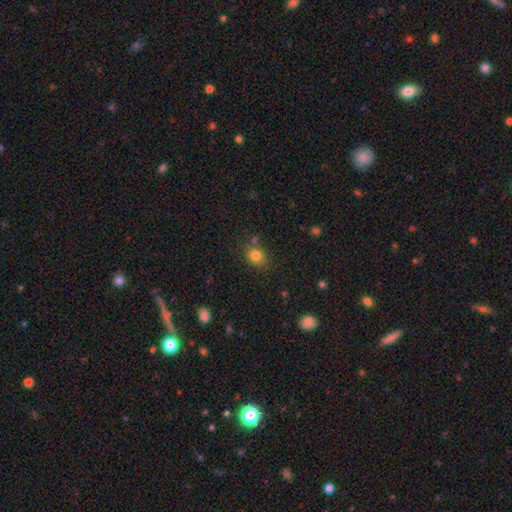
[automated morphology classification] This appears to be a smooth galaxy with no disk features (81%) that is round (65%). Merging: none (73%).